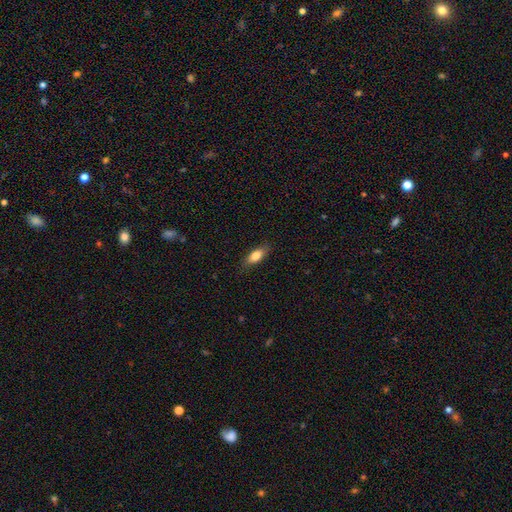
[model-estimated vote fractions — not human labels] smooth 78%, featured or disk 15%, star or artifact 7%. Down the decision tree: how rounded — in between (75%); merging — none (84%).